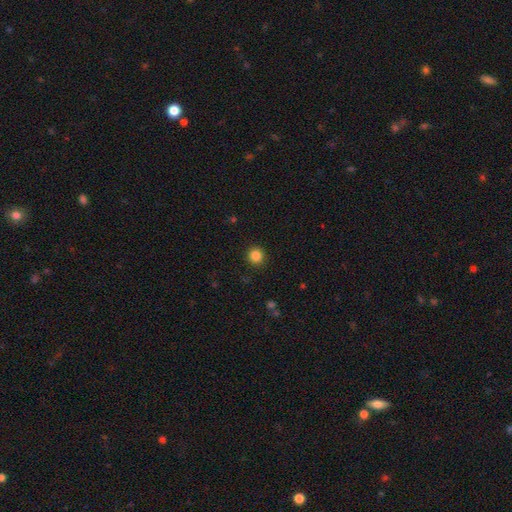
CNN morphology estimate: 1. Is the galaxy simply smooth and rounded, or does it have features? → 85% smooth, 11% star or artifact, 4% featured or disk.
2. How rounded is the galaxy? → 92% round, 7% in between, 1% cigar-shaped.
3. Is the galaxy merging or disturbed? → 91% none, 6% minor disturbance, 2% major disturbance, 1% merger.